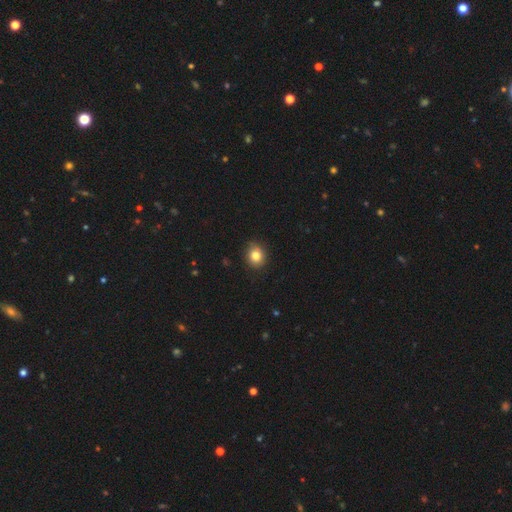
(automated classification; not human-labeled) A smooth galaxy with no disk features (81%) that is round (71%).

Vote fractions:
- Smooth or featured? smooth: 81% / star or artifact: 10% / featured or disk: 8%
- How rounded? round: 71% / in between: 29% / cigar-shaped: 1%
- Merging? none: 83% / minor disturbance: 14% / major disturbance: 2% / merger: 1%